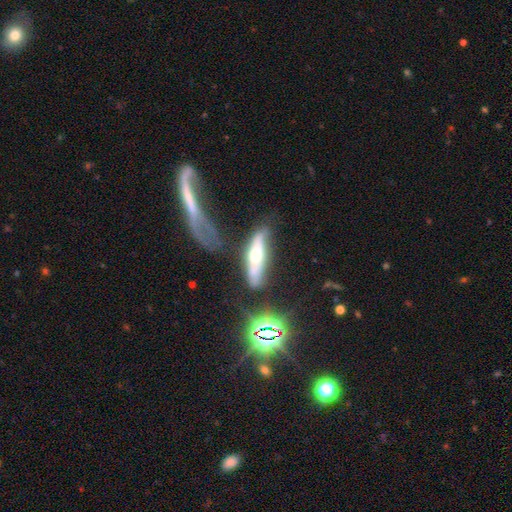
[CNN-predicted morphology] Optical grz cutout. It shows a featured or disk galaxy (55%) viewed edge-on (57%). Merging: none (49%).